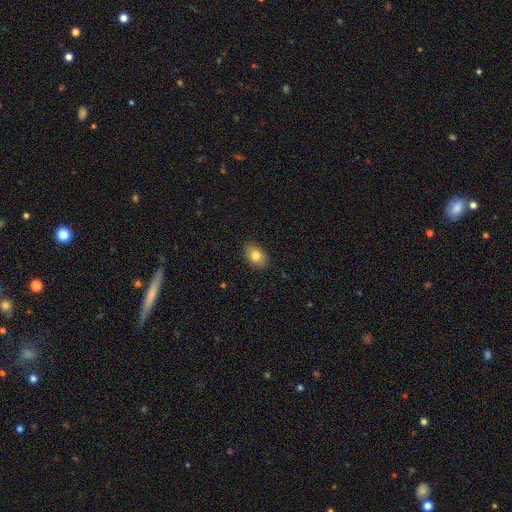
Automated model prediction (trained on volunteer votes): Smooth or featured: smooth — 81% (featured or disk — 11%)
How rounded: in between — 81% (round — 17%)
Merging: none — 88% (minor disturbance — 9%)